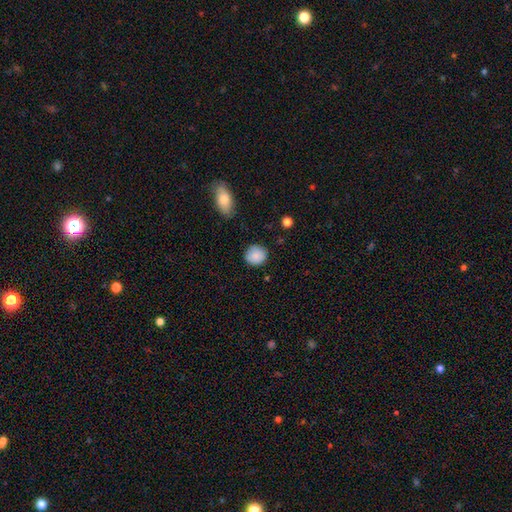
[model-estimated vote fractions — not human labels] This is clearly a smooth galaxy (86%). How rounded: clearly round (88%). Merging: clearly none (83%).